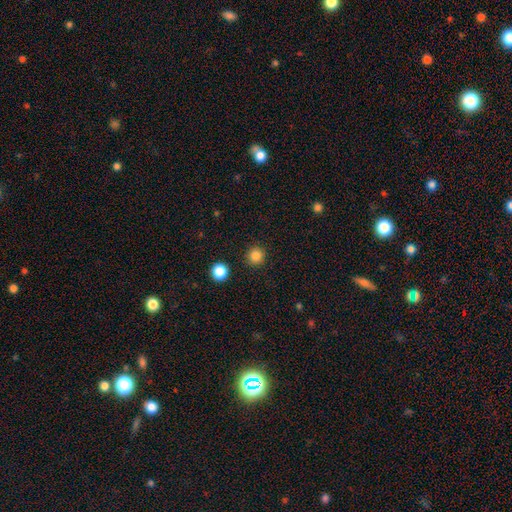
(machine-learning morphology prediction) smooth_or_featured: smooth (p=0.84) [alt: star or artifact p=0.12]
how_rounded: round (p=0.94) [alt: in between p=0.05]
merging: none (p=0.92) [alt: minor disturbance p=0.05]